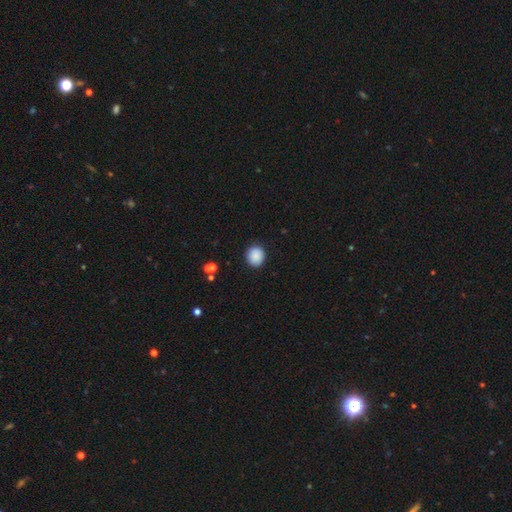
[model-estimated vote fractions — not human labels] A smooth galaxy with no disk features (88%) that is round (80%).

Vote fractions:
- Smooth or featured? smooth: 88% / star or artifact: 9% / featured or disk: 3%
- How rounded? round: 80% / in between: 19% / cigar-shaped: 1%
- Merging? none: 88% / minor disturbance: 9% / major disturbance: 2% / merger: 1%